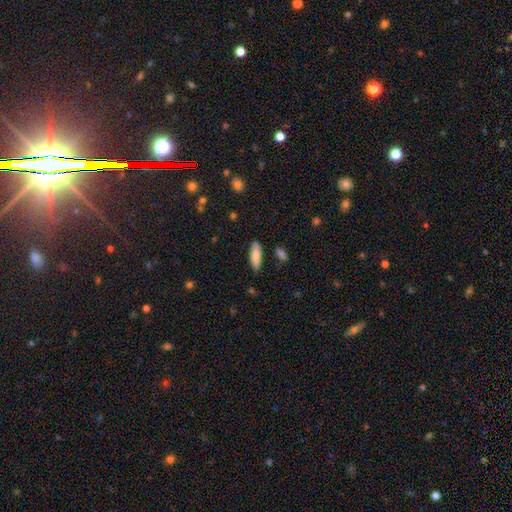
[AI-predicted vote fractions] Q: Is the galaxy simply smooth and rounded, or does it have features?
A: smooth — 82%.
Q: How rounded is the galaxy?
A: in between — 60%.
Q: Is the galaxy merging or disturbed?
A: none — 84%.